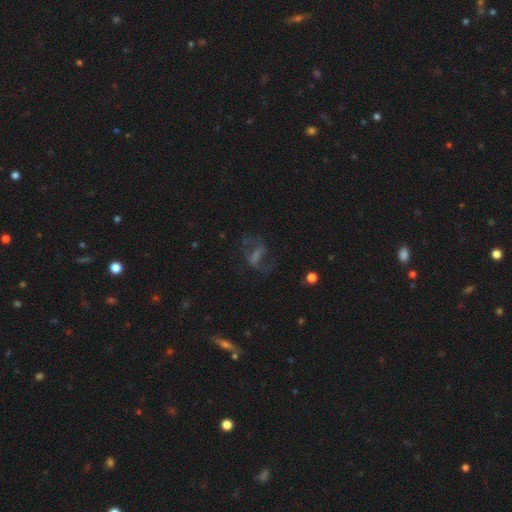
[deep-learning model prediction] featured or disk 52%, smooth 25%, star or artifact 24%. Down the decision tree: edge-on disk — no (90%); merging — none (59%).